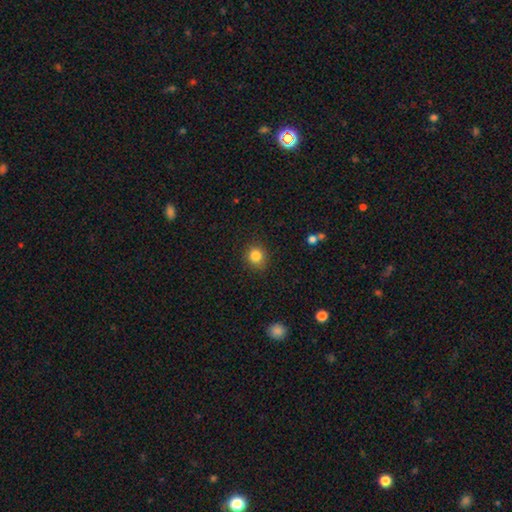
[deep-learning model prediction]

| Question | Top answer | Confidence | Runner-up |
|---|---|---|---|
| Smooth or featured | smooth | 84% | star or artifact (11%) |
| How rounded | round | 84% | in between (15%) |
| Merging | none | 86% | minor disturbance (10%) |